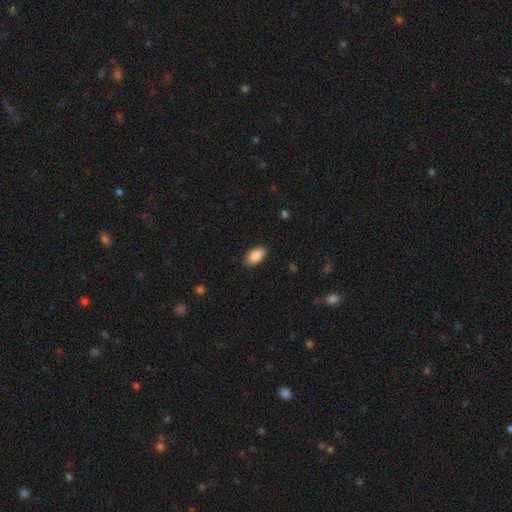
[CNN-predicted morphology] smooth_or_featured: smooth (p=0.89) [alt: star or artifact p=0.07]
how_rounded: in between (p=0.93) [alt: cigar-shaped p=0.04]
merging: none (p=0.87) [alt: minor disturbance p=0.10]